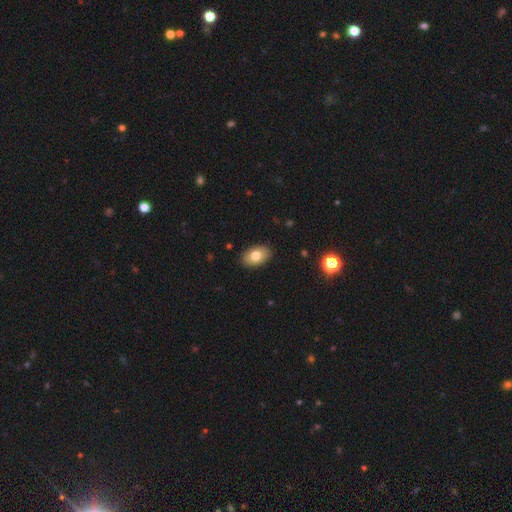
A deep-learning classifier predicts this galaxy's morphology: smooth_or_featured: smooth (p=0.78) [alt: featured or disk p=0.14]
how_rounded: in between (p=0.88) [alt: round p=0.10]
merging: none (p=0.89) [alt: minor disturbance p=0.08]